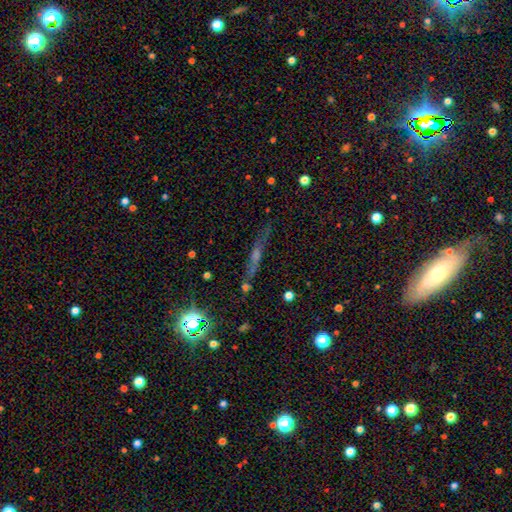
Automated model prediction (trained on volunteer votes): Morphology: type=featured or disk (48%); merging=none (75%).